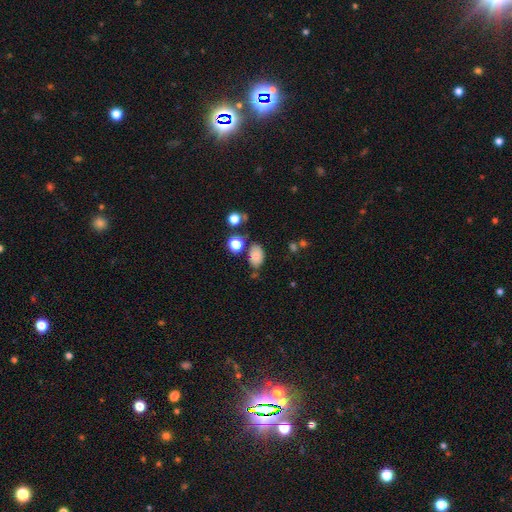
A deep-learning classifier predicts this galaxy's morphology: type=smooth (81%); roundness=in between (86%); merging=none (68%).